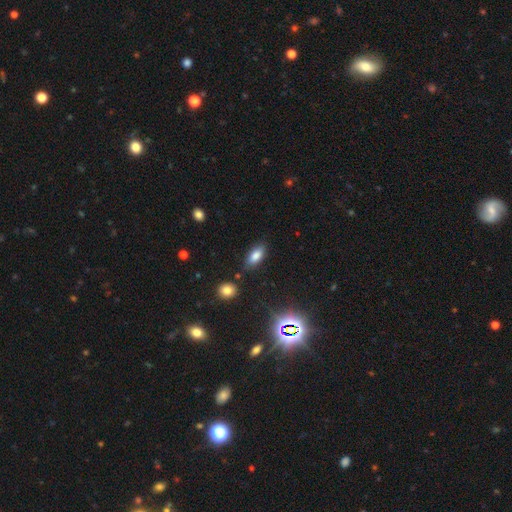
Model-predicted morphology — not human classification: A smooth galaxy with no disk features (80%) that is in between round and cigar-shaped (86%). Merging: none (80%).